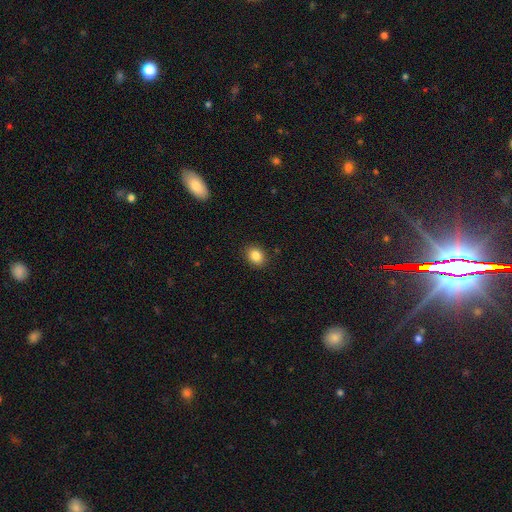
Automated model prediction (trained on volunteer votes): smooth-or-featured: smooth: 85% | star or artifact: 10% | featured or disk: 5%
  how-rounded: in between: 52% | round: 47% | cigar-shaped: 1%
  merging: none: 89% | minor disturbance: 8% | major disturbance: 2% | merger: 1%